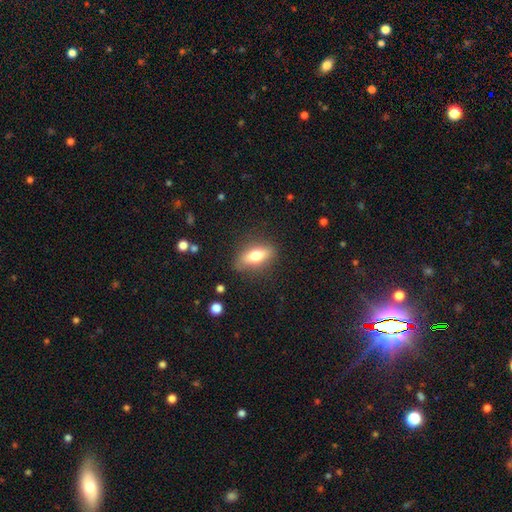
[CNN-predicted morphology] Smooth or featured: smooth — 64% (featured or disk — 29%)
How rounded: in between — 68% (cigar-shaped — 25%)
Merging: none — 83% (minor disturbance — 12%)